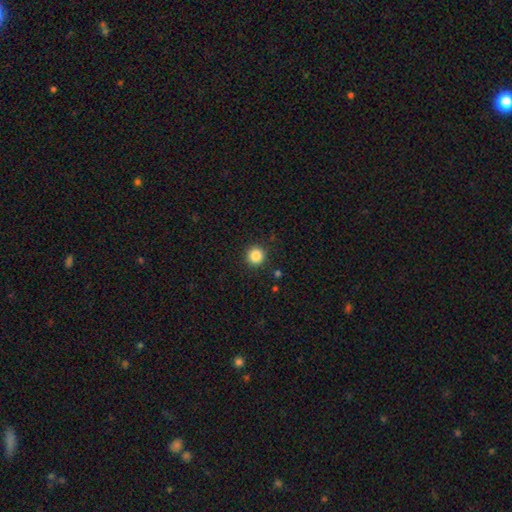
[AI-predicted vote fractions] This appears to be a smooth galaxy with no disk features (85%) that is round (94%). Merging: none (92%).